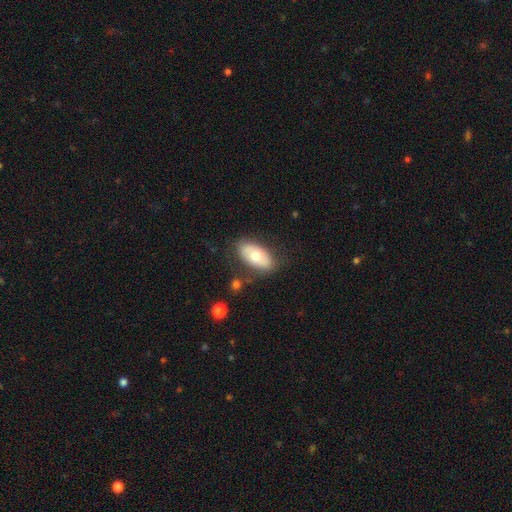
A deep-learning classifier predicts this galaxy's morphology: Smooth or featured?
  - smooth: 64% *
  - featured or disk: 30%
  - star or artifact: 6%
How rounded?
  - in between: 93% *
  - round: 4%
  - cigar-shaped: 3%
Merging?
  - none: 77% *
  - minor disturbance: 15%
  - major disturbance: 5%
  - merger: 4%